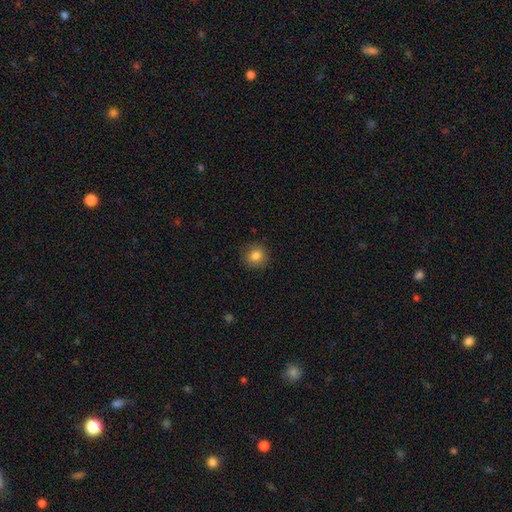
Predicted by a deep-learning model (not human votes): smooth 83%, star or artifact 10%, featured or disk 7%. Down the decision tree: how rounded — round (90%); merging — none (89%).